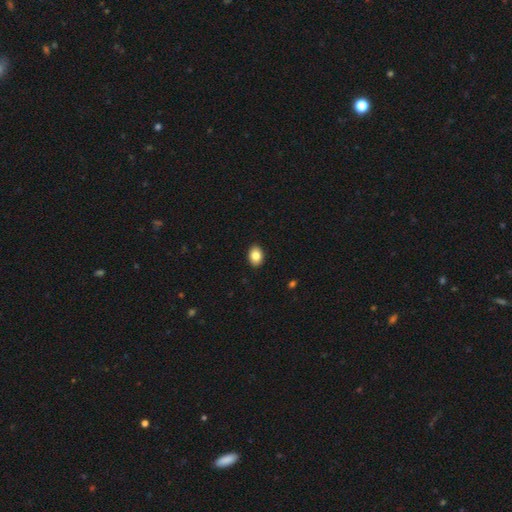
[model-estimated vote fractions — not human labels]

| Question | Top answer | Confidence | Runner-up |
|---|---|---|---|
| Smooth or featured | smooth | 85% | star or artifact (8%) |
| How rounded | in between | 77% | round (22%) |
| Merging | none | 91% | minor disturbance (6%) |